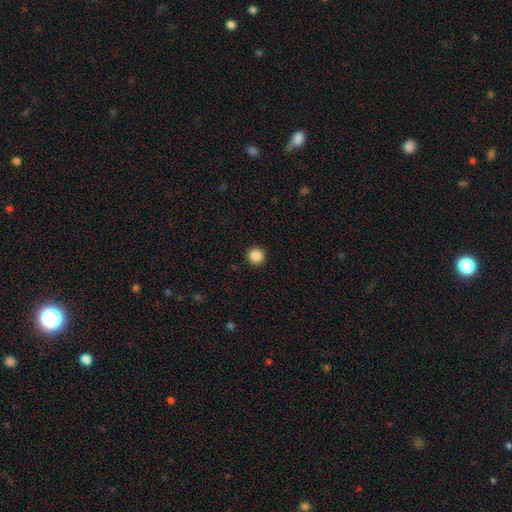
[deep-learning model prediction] smooth 87%, star or artifact 10%, featured or disk 3%. Down the decision tree: how rounded — round (96%); merging — none (93%).